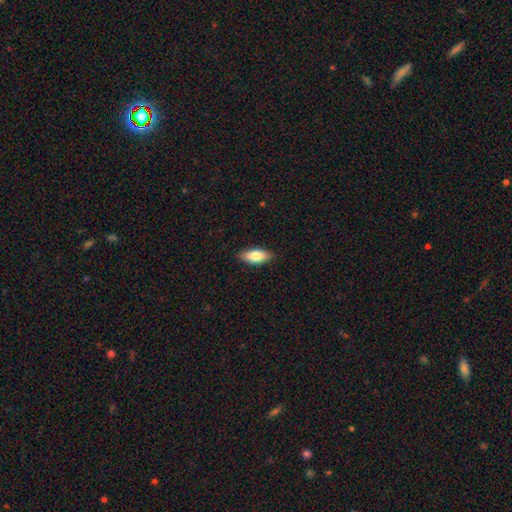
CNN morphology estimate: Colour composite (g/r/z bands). It shows a smooth galaxy with no disk features (81%) that is in between round and cigar-shaped (86%). Merging: none (88%).